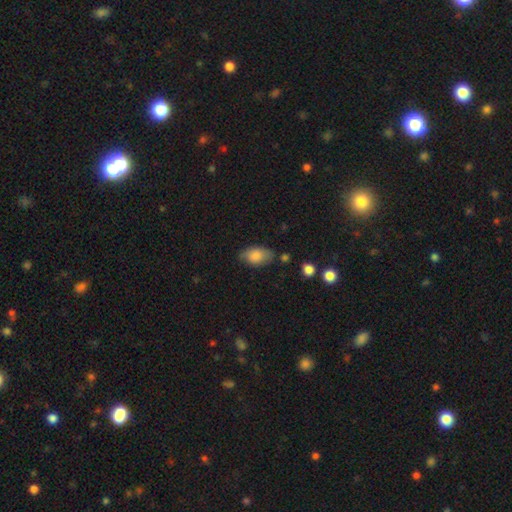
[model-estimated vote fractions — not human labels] This appears to be a smooth galaxy with no disk features (81%) that is in between round and cigar-shaped (91%). Merging: none (67%).